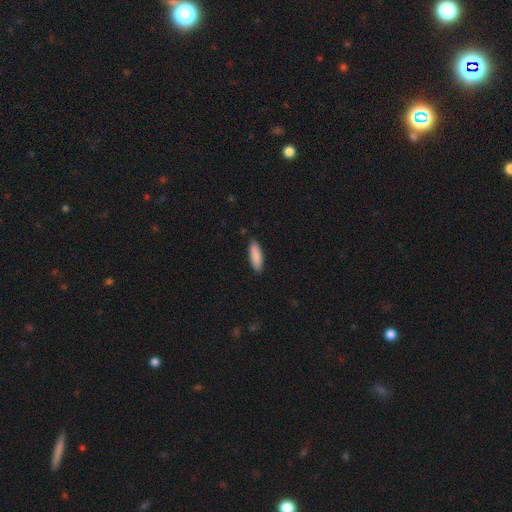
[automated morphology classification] Smooth or featured? Predicted: smooth (p=0.89). How rounded? Predicted: cigar-shaped (p=0.50). Merging? Predicted: none (p=0.88).